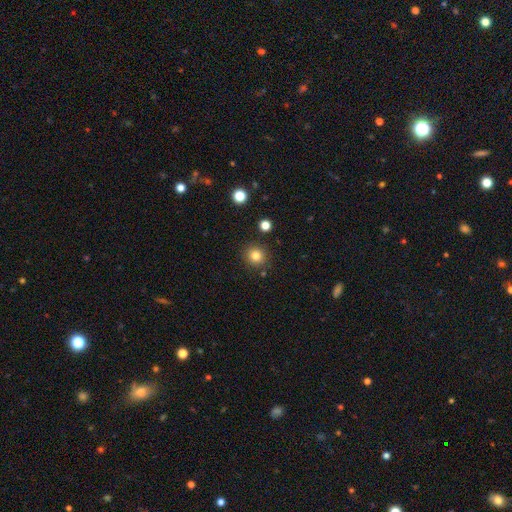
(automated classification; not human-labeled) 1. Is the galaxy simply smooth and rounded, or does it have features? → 83% smooth, 12% star or artifact, 6% featured or disk.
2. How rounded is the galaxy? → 91% round, 8% in between, 1% cigar-shaped.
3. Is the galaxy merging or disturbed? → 88% none, 7% minor disturbance, 3% merger, 2% major disturbance.